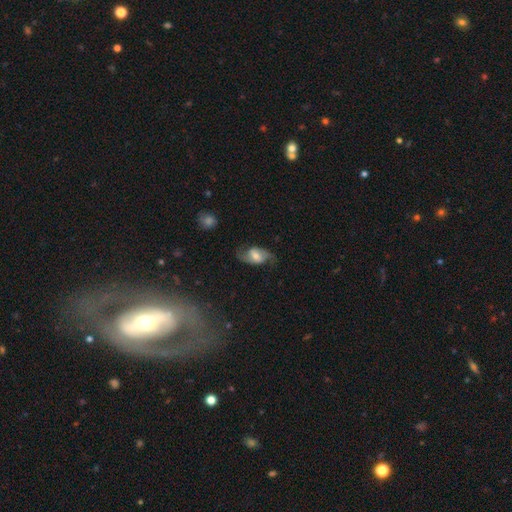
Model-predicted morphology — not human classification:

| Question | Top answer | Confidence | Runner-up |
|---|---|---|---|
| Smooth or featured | featured or disk | 69% | smooth (24%) |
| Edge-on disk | no | 95% | yes (5%) |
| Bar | weak | 45% | no (32%) |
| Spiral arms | yes | 89% | no (11%) |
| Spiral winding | loose | 45% | medium (41%) |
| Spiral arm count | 2 | 89% | can't tell (6%) |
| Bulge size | moderate | 56% | small (29%) |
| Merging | none | 72% | minor disturbance (18%) |